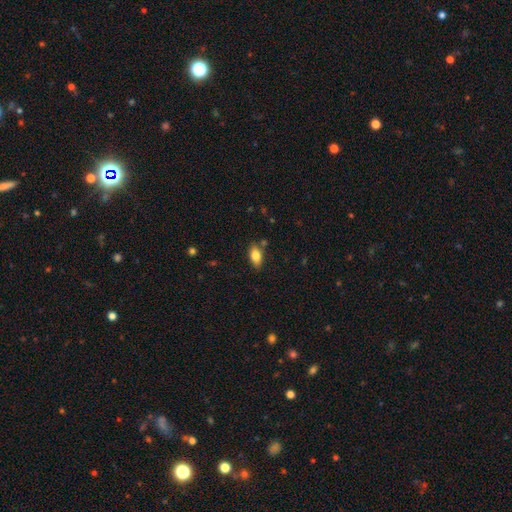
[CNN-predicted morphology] This is likely a smooth galaxy (80%). How rounded: clearly in between (89%). Merging: likely none (78%).